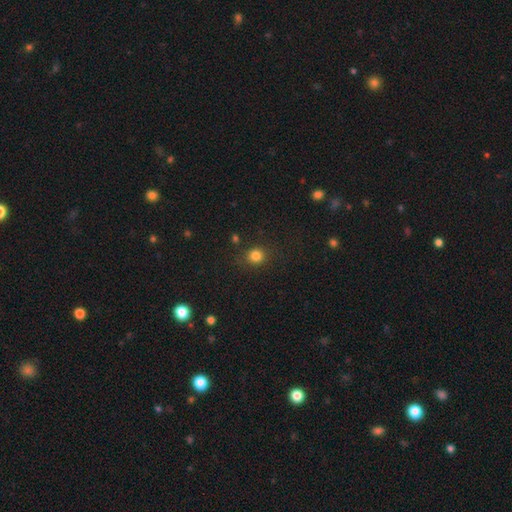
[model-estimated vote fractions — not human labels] A smooth galaxy with no disk features (82%) that is round (81%).

Vote fractions:
- Smooth or featured? smooth: 82% / star or artifact: 13% / featured or disk: 5%
- How rounded? round: 81% / in between: 18% / cigar-shaped: 1%
- Merging? none: 83% / minor disturbance: 11% / major disturbance: 4% / merger: 2%